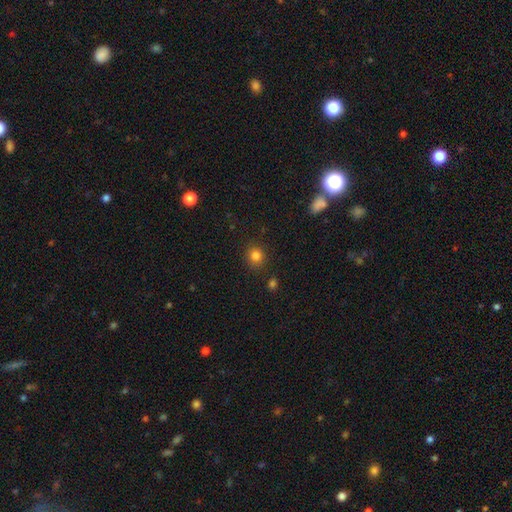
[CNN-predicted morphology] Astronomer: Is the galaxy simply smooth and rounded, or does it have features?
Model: smooth — 82%.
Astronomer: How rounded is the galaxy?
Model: round — 85%.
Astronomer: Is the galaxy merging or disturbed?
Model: none — 86%.